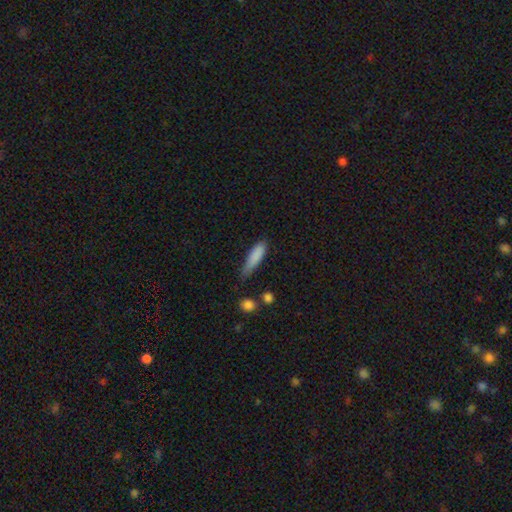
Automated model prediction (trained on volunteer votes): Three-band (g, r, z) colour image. It shows a smooth galaxy with no disk features (83%) that is cigar-shaped (66%). Merging: none (49%).